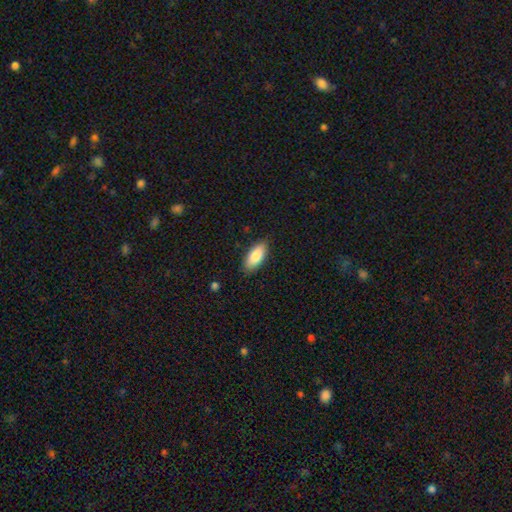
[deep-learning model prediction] This appears to be a smooth galaxy with no disk features (85%) that is in between round and cigar-shaped (86%). Merging: none (86%).